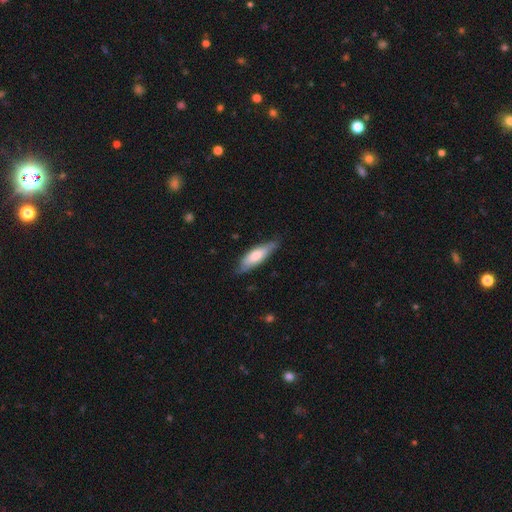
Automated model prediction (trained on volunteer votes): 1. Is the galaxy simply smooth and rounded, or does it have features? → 65% smooth, 30% featured or disk, 5% star or artifact.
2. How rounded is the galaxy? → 50% in between, 48% cigar-shaped, 1% round.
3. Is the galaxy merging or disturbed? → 73% none, 23% minor disturbance, 3% major disturbance, 1% merger.